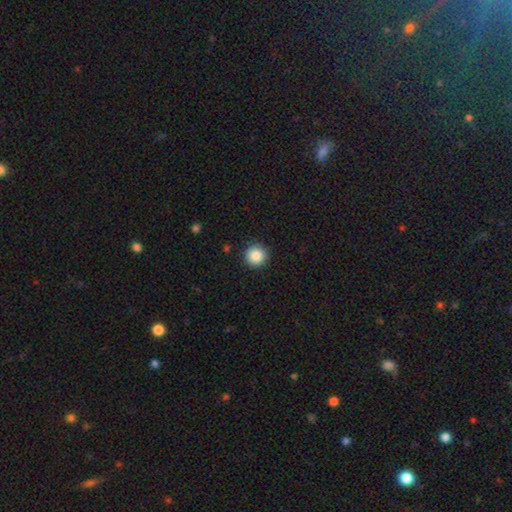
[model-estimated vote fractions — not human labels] Smooth or featured? smooth (87%)
How rounded? round (96%)
Merging? none (92%)